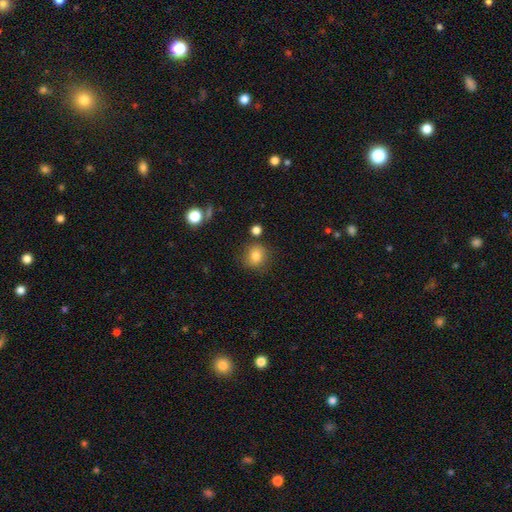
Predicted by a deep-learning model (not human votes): Smooth or featured: smooth — 81% (star or artifact — 11%)
How rounded: round — 79% (in between — 20%)
Merging: none — 77% (minor disturbance — 14%)